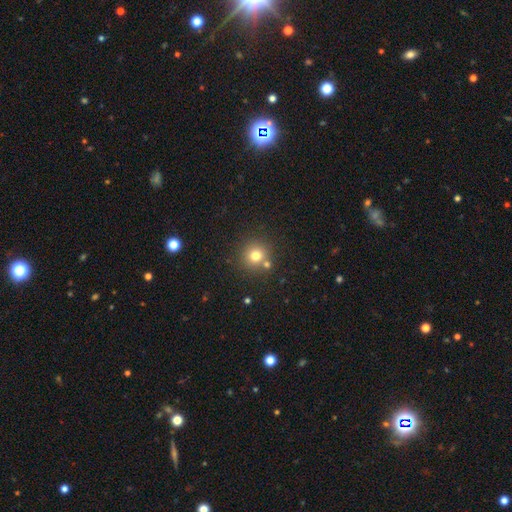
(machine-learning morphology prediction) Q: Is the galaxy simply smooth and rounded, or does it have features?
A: smooth — 75%.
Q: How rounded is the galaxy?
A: round — 93%.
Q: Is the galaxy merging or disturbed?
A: none — 77%.